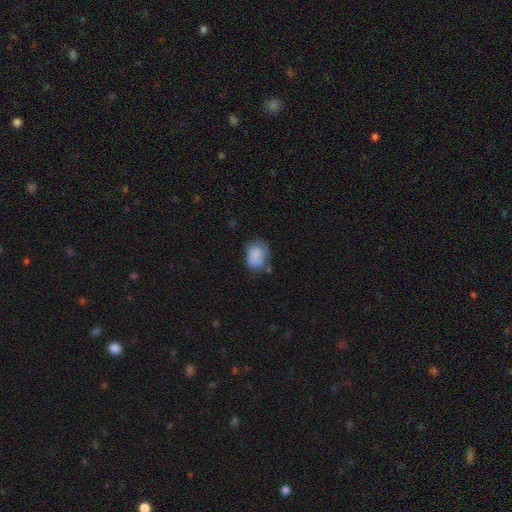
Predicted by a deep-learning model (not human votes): Morphology: type=smooth (78%); roundness=in between (61%); merging=none (49%).